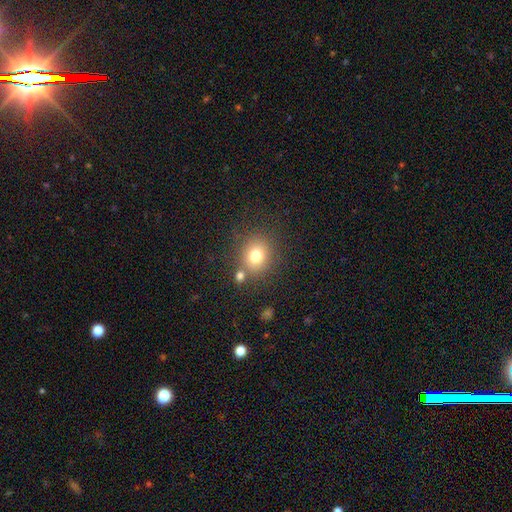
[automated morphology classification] This appears to be a smooth galaxy with no disk features (76%) that is round (76%). Merging: none (72%).